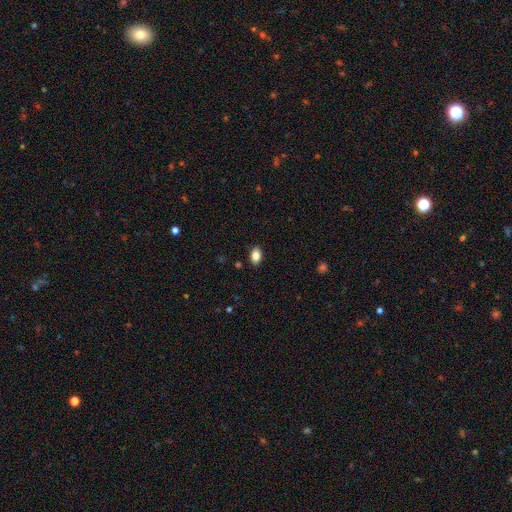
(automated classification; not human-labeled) smooth-or-featured: smooth: 85% | star or artifact: 8% | featured or disk: 6%
  how-rounded: in between: 87% | round: 11% | cigar-shaped: 2%
  merging: none: 88% | minor disturbance: 9% | major disturbance: 2% | merger: 1%